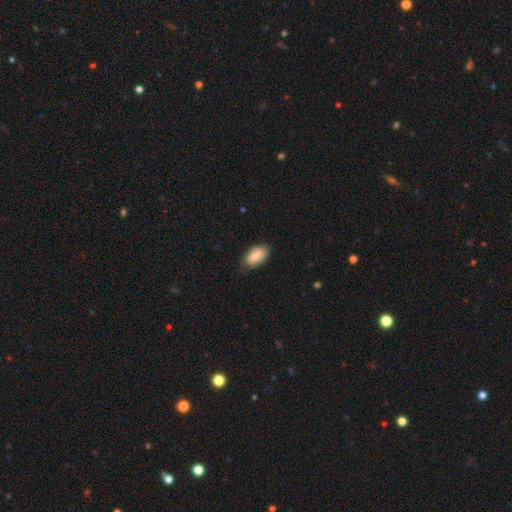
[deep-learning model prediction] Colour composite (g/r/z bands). It shows a smooth galaxy with no disk features (81%) that is in between round and cigar-shaped (93%). Merging: none (71%).